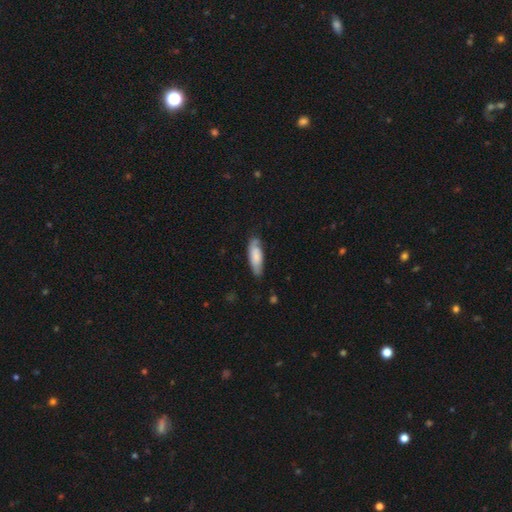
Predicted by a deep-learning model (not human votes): This appears to be a smooth galaxy with no disk features (69%) that is in between round and cigar-shaped (63%). Merging: none (69%).